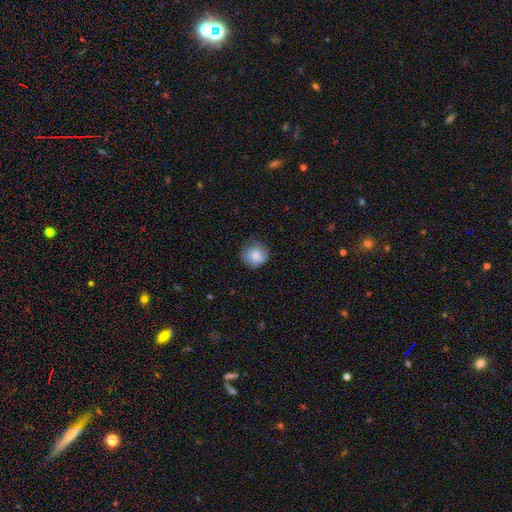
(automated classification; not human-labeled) Overall: smooth (82%). How rounded: round (88%). Merging: none (70%).